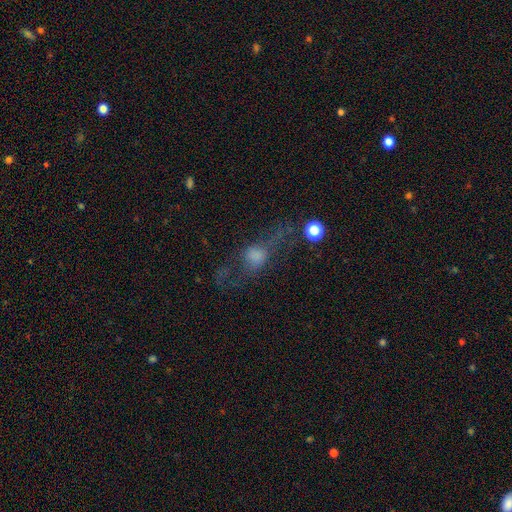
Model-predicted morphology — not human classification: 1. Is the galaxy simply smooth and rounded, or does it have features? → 41% featured or disk, 39% smooth, 20% star or artifact.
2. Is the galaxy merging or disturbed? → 41% none, 36% major disturbance, 17% minor disturbance, 6% merger.